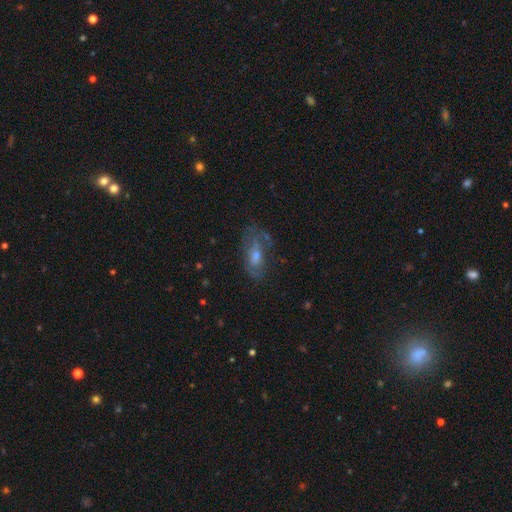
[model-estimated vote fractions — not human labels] A featured or disk galaxy (56%).

Vote fractions:
- Smooth or featured? featured or disk: 56% / smooth: 32% / star or artifact: 13%
- Edge-on disk? no: 88% / yes: 12%
- Merging? none: 55% / minor disturbance: 23% / major disturbance: 18% / merger: 4%